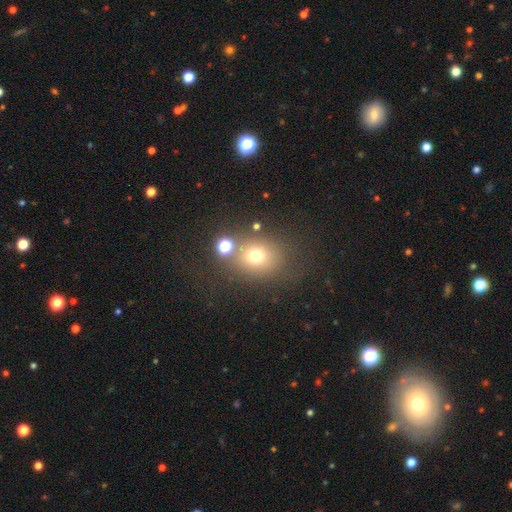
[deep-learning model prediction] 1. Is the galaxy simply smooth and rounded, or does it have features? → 70% smooth, 18% star or artifact, 12% featured or disk.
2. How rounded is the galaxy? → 69% round, 30% in between, 1% cigar-shaped.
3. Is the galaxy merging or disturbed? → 67% none, 13% minor disturbance, 11% merger, 8% major disturbance.